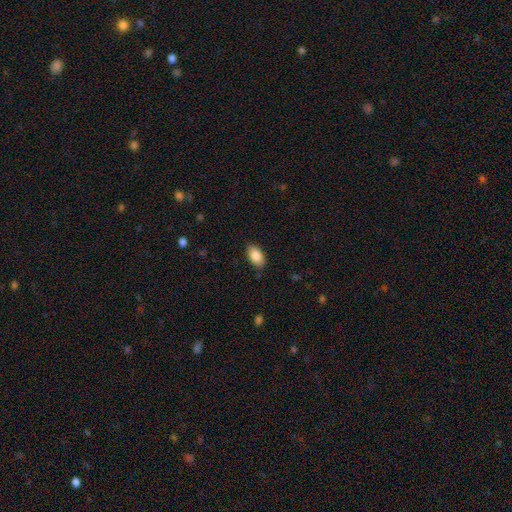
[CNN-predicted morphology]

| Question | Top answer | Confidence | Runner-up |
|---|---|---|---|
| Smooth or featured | smooth | 87% | star or artifact (7%) |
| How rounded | in between | 93% | round (5%) |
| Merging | none | 86% | minor disturbance (10%) |